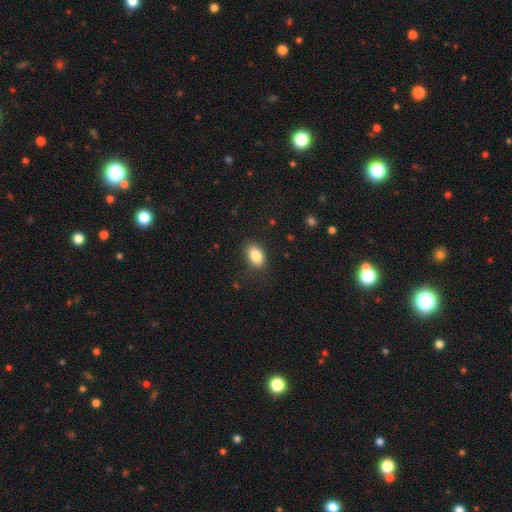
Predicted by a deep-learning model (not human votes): The model was most divided on "how rounded": in between: 83%, round: 16%, cigar-shaped: 1%. More confident: smooth or featured — smooth (86%); merging — none (83%).